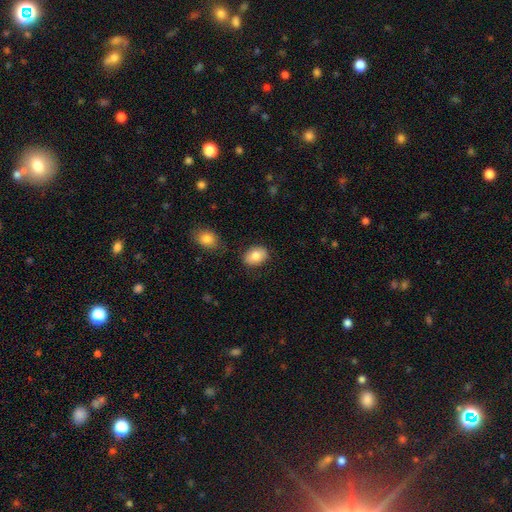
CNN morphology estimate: The model was most divided on "how rounded": in between: 72%, round: 27%, cigar-shaped: 1%. More confident: smooth or featured — smooth (82%); merging — none (82%).